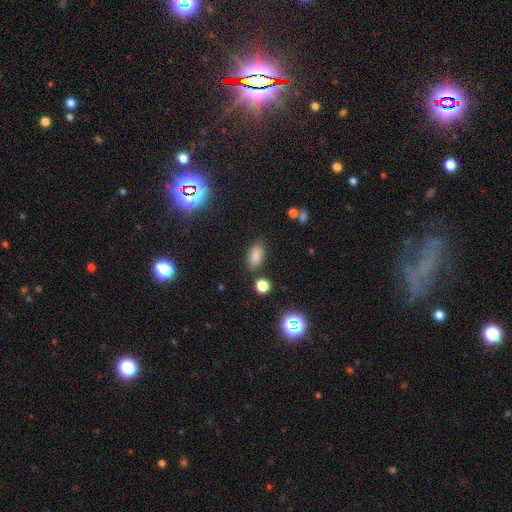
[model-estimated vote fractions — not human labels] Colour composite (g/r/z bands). It shows a smooth galaxy with no disk features (83%) that is in between round and cigar-shaped (89%). Merging: none (83%).